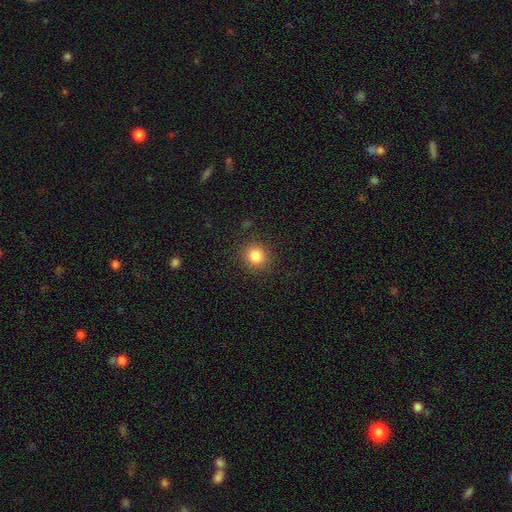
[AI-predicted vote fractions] A smooth galaxy with no disk features (84%) that is round (88%). Merging: none (88%).